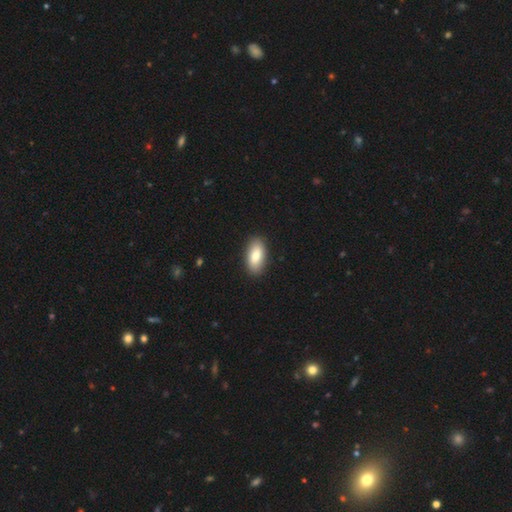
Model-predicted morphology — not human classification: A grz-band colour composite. It shows a smooth galaxy with no disk features (83%) that is in between round and cigar-shaped (91%). Merging: none (89%).